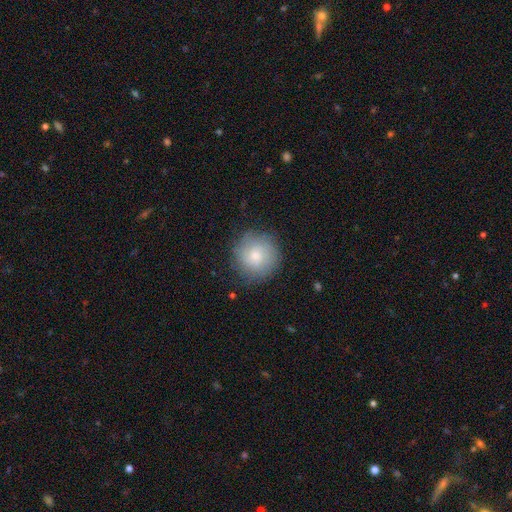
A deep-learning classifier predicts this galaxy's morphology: Smooth or featured?
  - smooth: 67% *
  - featured or disk: 25%
  - star or artifact: 8%
How rounded?
  - round: 94% *
  - in between: 5%
  - cigar-shaped: 1%
Merging?
  - none: 81% *
  - minor disturbance: 13%
  - major disturbance: 5%
  - merger: 1%